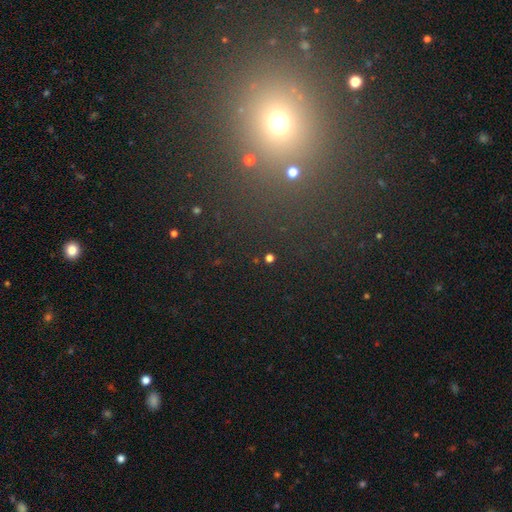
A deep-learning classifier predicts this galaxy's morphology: Q: Smooth or featured?
A: star or artifact (51%); runner-up: smooth (41%)